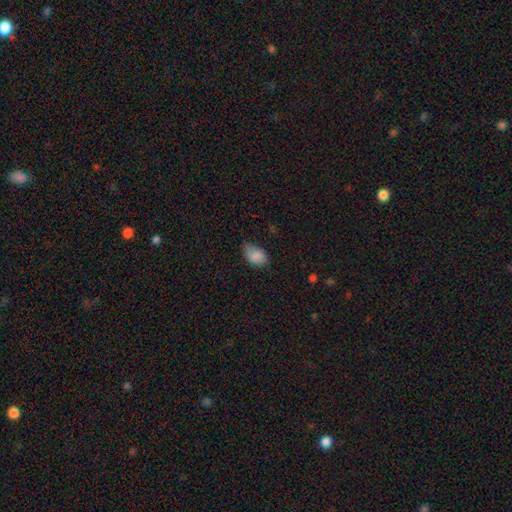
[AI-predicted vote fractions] Smooth or featured?
  - smooth: 85% *
  - star or artifact: 8%
  - featured or disk: 7%
How rounded?
  - in between: 89% *
  - round: 10%
  - cigar-shaped: 1%
Merging?
  - none: 56% *
  - minor disturbance: 35%
  - major disturbance: 8%
  - merger: 2%